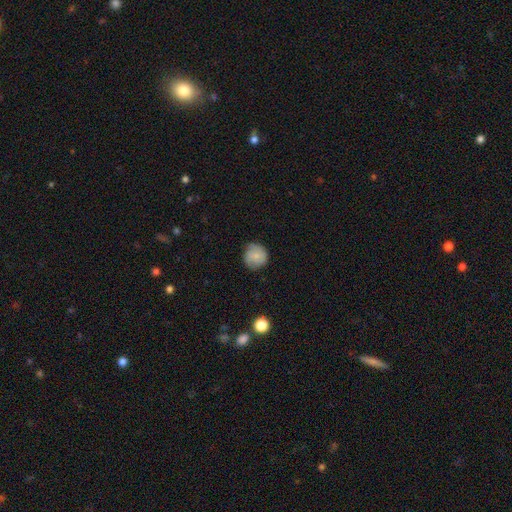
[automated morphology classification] This appears to be a smooth galaxy with no disk features (74%) that is round (92%). Merging: none (78%).